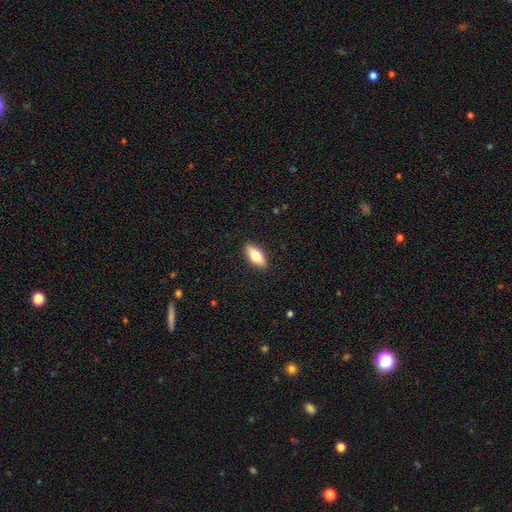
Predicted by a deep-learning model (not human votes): Overall: smooth (73%). How rounded: in between (81%). Merging: none (89%).